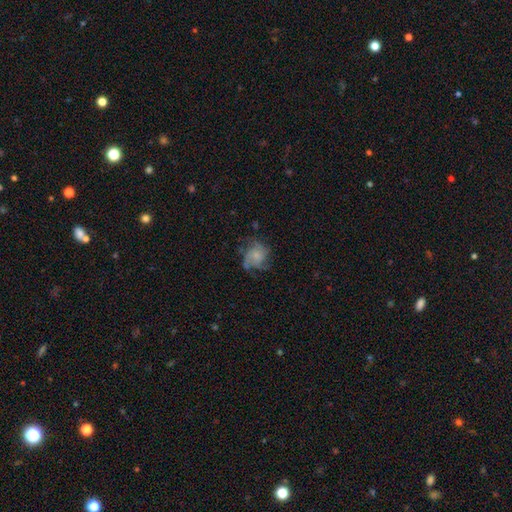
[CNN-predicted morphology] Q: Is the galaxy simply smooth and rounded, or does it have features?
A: featured or disk — 58%.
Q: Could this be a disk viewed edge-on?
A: no — 98%.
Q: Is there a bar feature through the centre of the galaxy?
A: no — 79%.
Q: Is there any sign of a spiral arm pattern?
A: yes — 83%.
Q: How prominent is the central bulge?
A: small — 44%.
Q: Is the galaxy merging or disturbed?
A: none — 55%.